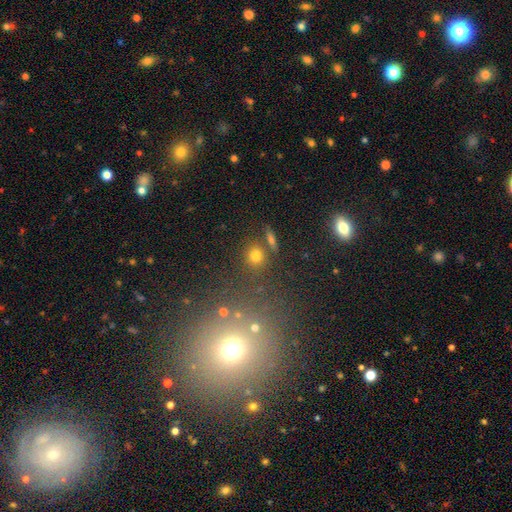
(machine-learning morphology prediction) Q: Smooth or featured?
A: smooth (74%); runner-up: star or artifact (16%)
Q: How rounded?
A: round (80%); runner-up: in between (17%)
Q: Merging?
A: none (76%); runner-up: merger (11%)